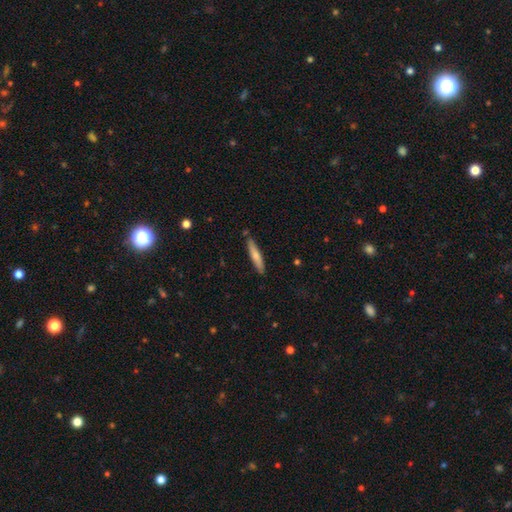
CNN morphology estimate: This is likely a smooth galaxy (68%). How rounded: clearly cigar-shaped (89%). Merging: clearly none (86%).